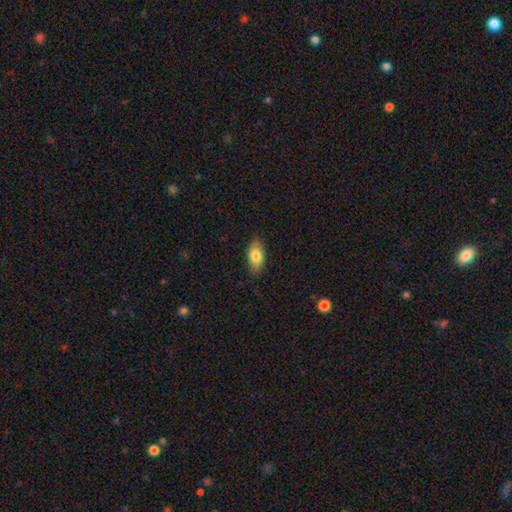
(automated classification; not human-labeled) Smooth or featured?
  - smooth: 81% *
  - featured or disk: 12%
  - star or artifact: 7%
How rounded?
  - in between: 90% *
  - cigar-shaped: 5%
  - round: 4%
Merging?
  - none: 87% *
  - minor disturbance: 10%
  - major disturbance: 2%
  - merger: 1%